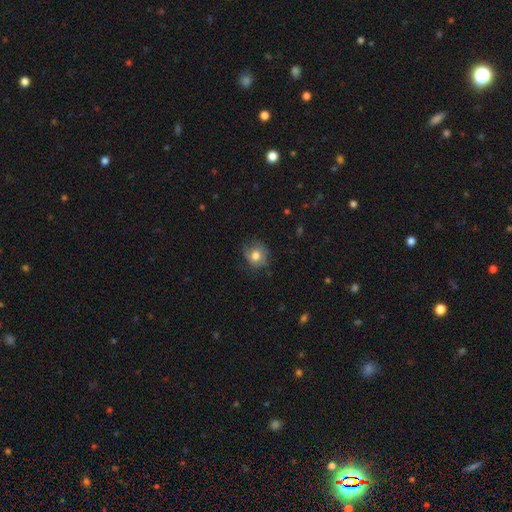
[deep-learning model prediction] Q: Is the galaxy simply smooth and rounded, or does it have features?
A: smooth — 75%.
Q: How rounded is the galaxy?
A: round — 77%.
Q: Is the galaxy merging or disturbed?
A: none — 69%.